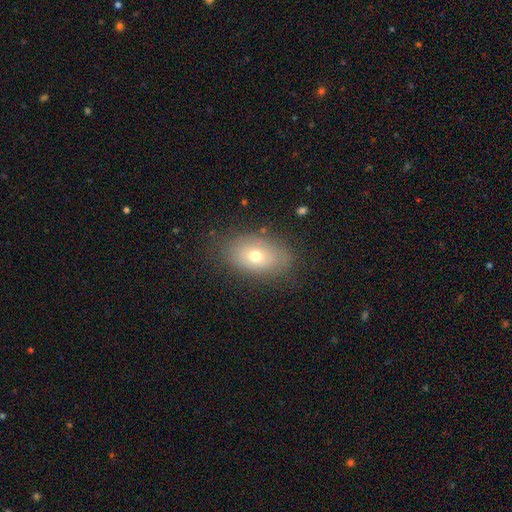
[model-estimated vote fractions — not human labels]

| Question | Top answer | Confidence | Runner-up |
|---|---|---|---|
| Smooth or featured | smooth | 66% | featured or disk (24%) |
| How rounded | in between | 87% | round (11%) |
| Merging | none | 81% | minor disturbance (13%) |